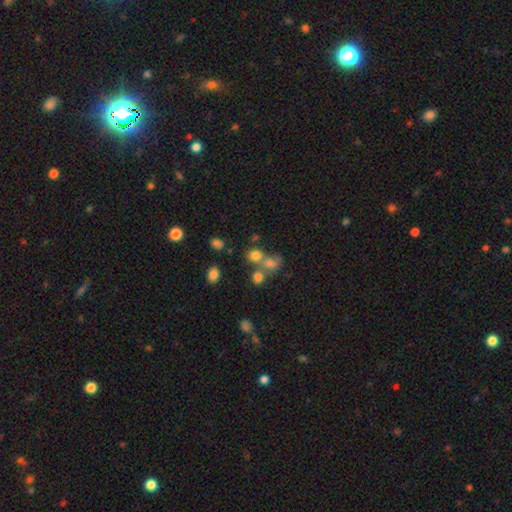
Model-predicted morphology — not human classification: Smooth or featured?
  - smooth: 73% *
  - star or artifact: 16%
  - featured or disk: 11%
How rounded?
  - round: 70% *
  - in between: 29%
  - cigar-shaped: 1%
Merging?
  - none: 45% *
  - merger: 40%
  - minor disturbance: 9%
  - major disturbance: 6%